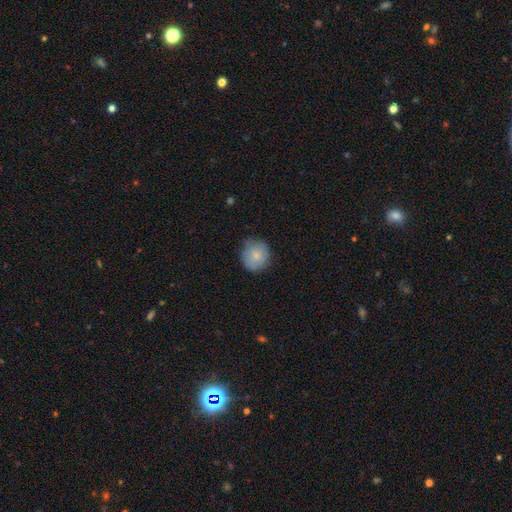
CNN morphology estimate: Smooth or featured? Predicted: smooth (p=0.81). How rounded? Predicted: round (p=0.86). Merging? Predicted: none (p=0.73).